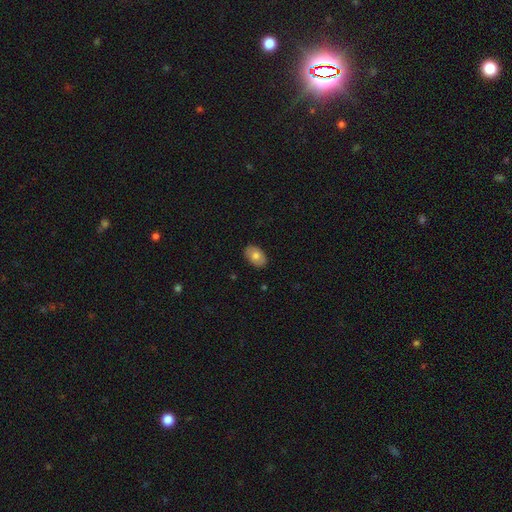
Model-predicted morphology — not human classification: A smooth galaxy with no disk features (77%) that is in between round and cigar-shaped (89%). Merging: none (87%).